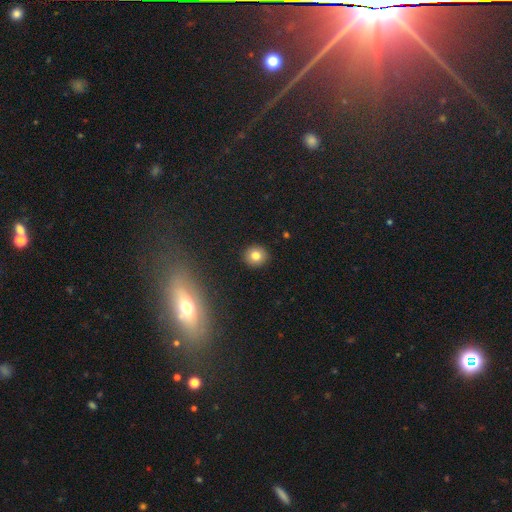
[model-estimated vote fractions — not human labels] A smooth galaxy with no disk features (80%) that is round (87%).

Vote fractions:
- Smooth or featured? smooth: 80% / star or artifact: 12% / featured or disk: 9%
- How rounded? round: 87% / in between: 12% / cigar-shaped: 1%
- Merging? none: 91% / minor disturbance: 6% / major disturbance: 2% / merger: 1%